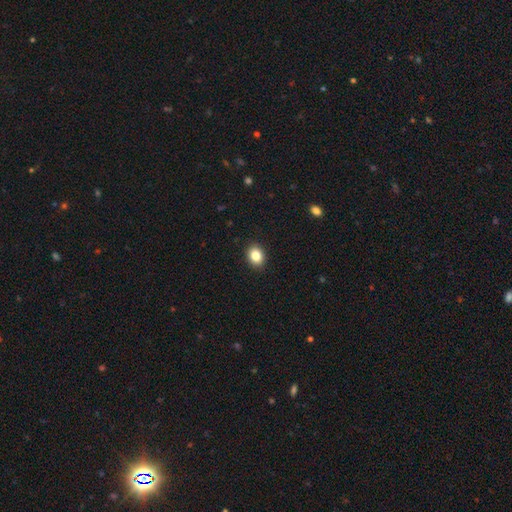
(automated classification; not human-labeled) Q: Smooth or featured?
A: smooth (85%); runner-up: star or artifact (10%)
Q: How rounded?
A: in between (53%); runner-up: round (46%)
Q: Merging?
A: none (91%); runner-up: minor disturbance (6%)